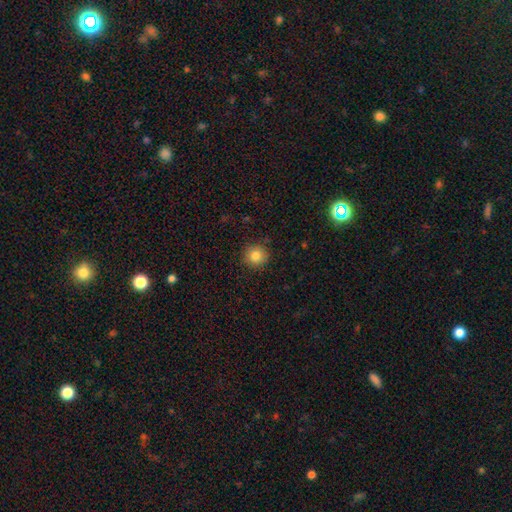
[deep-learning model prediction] Morphology: type=smooth (82%); roundness=round (93%); merging=none (90%).